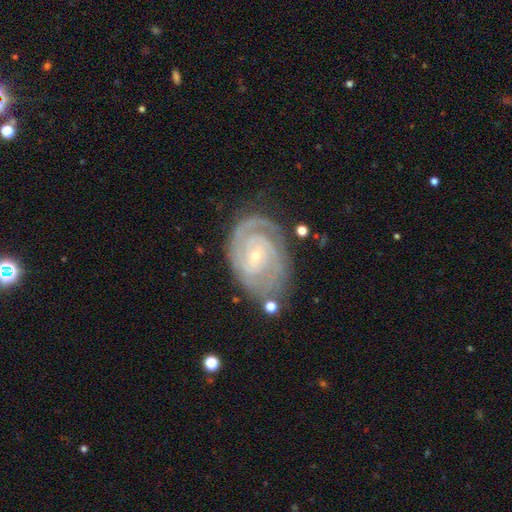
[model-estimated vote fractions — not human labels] Q: Smooth or featured?
A: featured or disk (88%); runner-up: smooth (6%)
Q: Edge-on disk?
A: no (97%); runner-up: yes (3%)
Q: Bar?
A: no (62%); runner-up: weak (29%)
Q: Spiral arms?
A: yes (97%); runner-up: no (3%)
Q: Spiral winding?
A: tight (74%); runner-up: medium (22%)
Q: Spiral arm count?
A: 2 (43%); runner-up: can't tell (21%)
Q: Bulge size?
A: small (80%); runner-up: moderate (17%)
Q: Merging?
A: none (70%); runner-up: minor disturbance (19%)